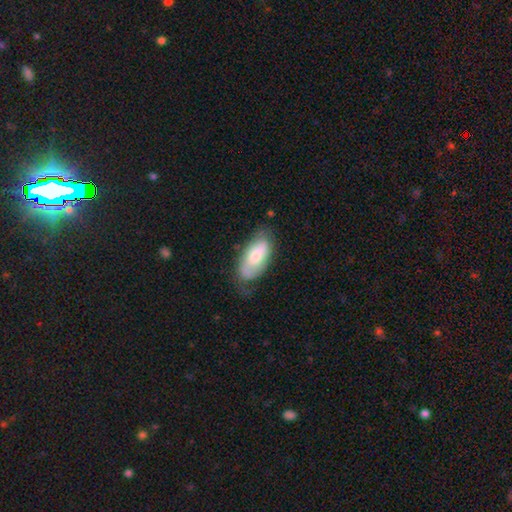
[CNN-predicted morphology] Overall: smooth (63%; featured or disk 30%). How rounded: in between (90%). Merging: none (57%; minor disturbance 30%).